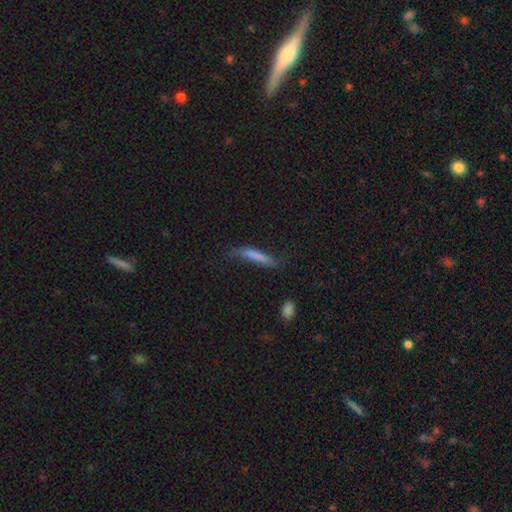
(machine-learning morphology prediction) type=smooth (68%); roundness=cigar-shaped (88%); merging=none (50%).